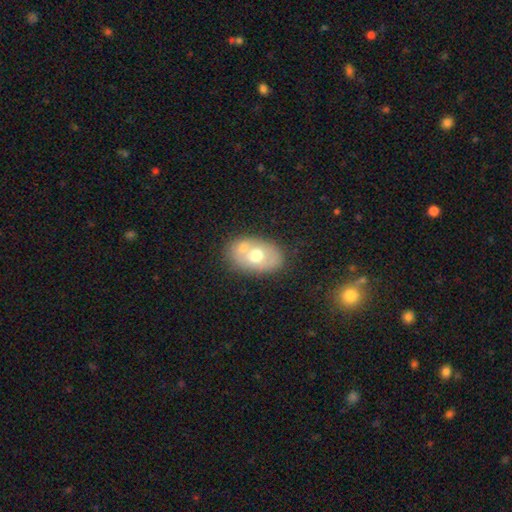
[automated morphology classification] Overall: smooth (58%; featured or disk 34%). How rounded: in between (83%). Merging: none (55%; merger 27%).